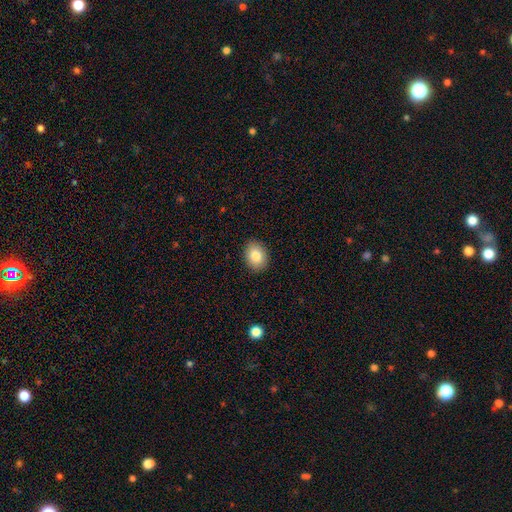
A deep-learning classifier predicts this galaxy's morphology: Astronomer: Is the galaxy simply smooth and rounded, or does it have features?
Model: smooth — 83%.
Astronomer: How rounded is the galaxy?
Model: in between — 64%.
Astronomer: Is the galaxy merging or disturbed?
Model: none — 89%.